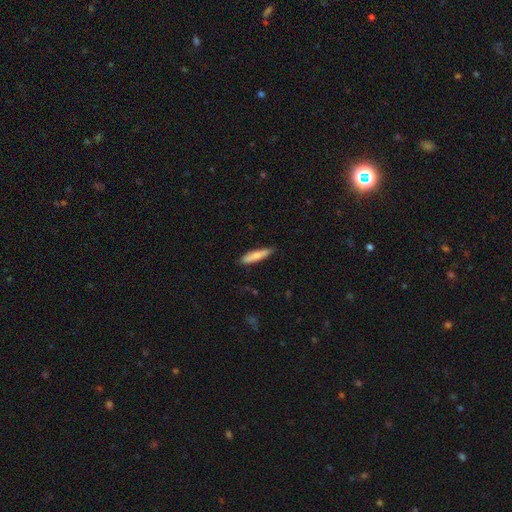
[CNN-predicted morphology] smooth 78%, featured or disk 17%, star or artifact 6%. Down the decision tree: how rounded — cigar-shaped (82%); merging — none (83%).